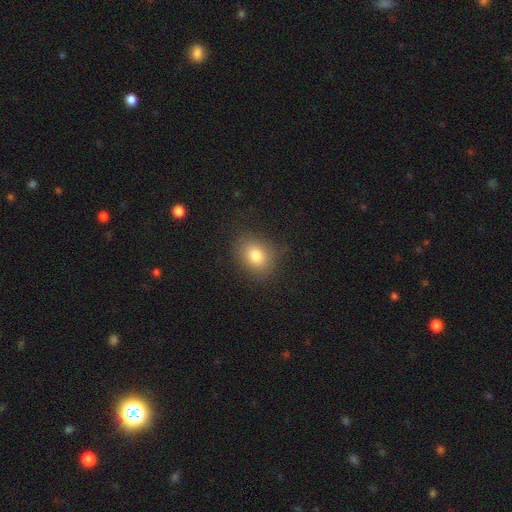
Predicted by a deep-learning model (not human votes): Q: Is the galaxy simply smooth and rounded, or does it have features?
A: smooth — 81%.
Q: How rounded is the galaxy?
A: in between — 54%.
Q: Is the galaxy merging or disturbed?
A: none — 82%.